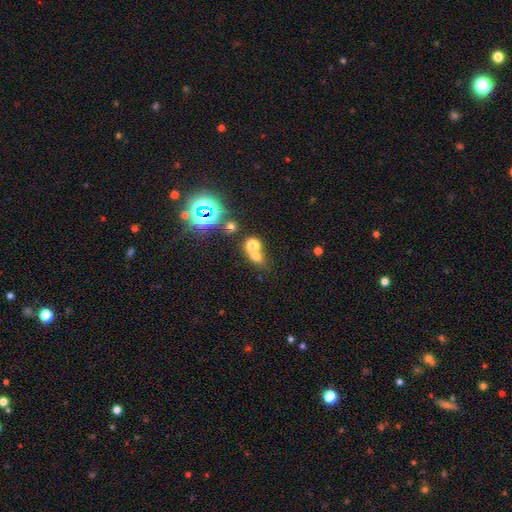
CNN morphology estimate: smooth-or-featured: smooth: 61% | star or artifact: 29% | featured or disk: 11%
  how-rounded: round: 67% | in between: 32% | cigar-shaped: 2%
  merging: none: 47% | merger: 41% | minor disturbance: 8% | major disturbance: 4%